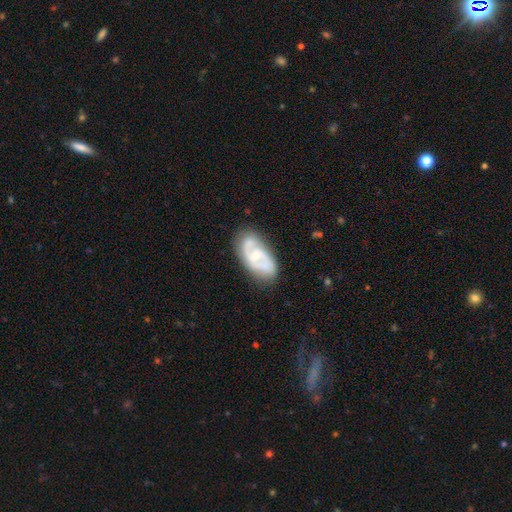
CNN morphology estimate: Overall: featured or disk (75%). Edge-on disk: no (95%). Bar: no (55%; weak 36%). Spiral arms: yes (84%). Spiral arm count: 2 (67%). Spiral winding: medium (45%; tight 36%). Bulge size: small (57%; moderate 37%). Merging: none (71%).